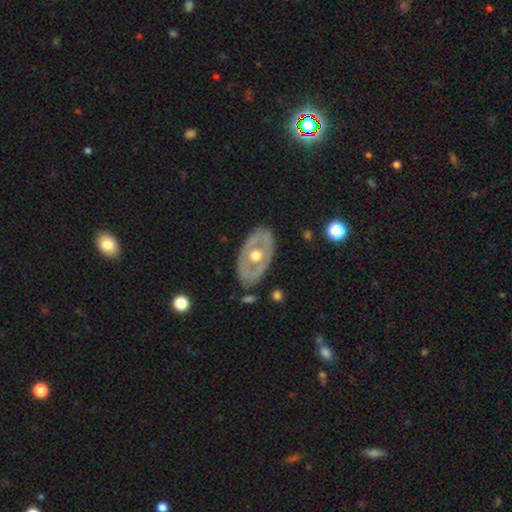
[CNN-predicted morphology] A featured or disk galaxy (62%) with no bar (91%), no spiral arms (90%) and a moderate central bulge (76%).

Vote fractions:
- Smooth or featured? featured or disk: 62% / smooth: 34% / star or artifact: 4%
- Edge-on disk? no: 89% / yes: 11%
- Bar? no: 91% / weak: 7% / strong: 2%
- Spiral arms? no: 90% / yes: 10%
- Bulge size? moderate: 76% / large: 17% / small: 5% / dominant: 1% / none: 1%
- Merging? none: 80% / minor disturbance: 14% / major disturbance: 4% / merger: 2%